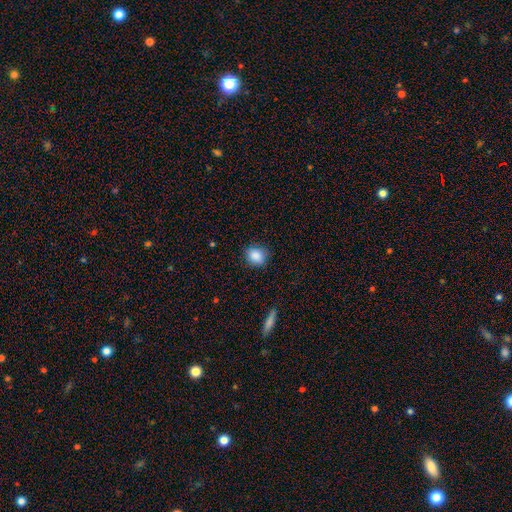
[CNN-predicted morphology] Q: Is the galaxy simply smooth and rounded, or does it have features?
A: smooth — 87%.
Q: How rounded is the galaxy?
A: round — 68%.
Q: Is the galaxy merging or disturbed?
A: none — 82%.